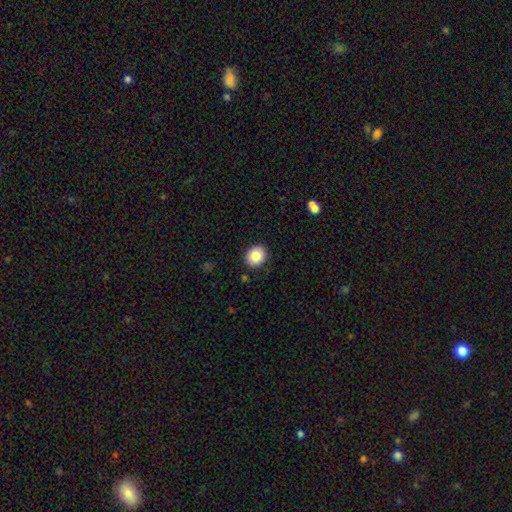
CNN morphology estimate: A smooth galaxy with no disk features (85%) that is round (59%).

Vote fractions:
- Smooth or featured? smooth: 85% / star or artifact: 8% / featured or disk: 7%
- How rounded? round: 59% / in between: 40% / cigar-shaped: 1%
- Merging? none: 90% / minor disturbance: 7% / major disturbance: 2% / merger: 1%